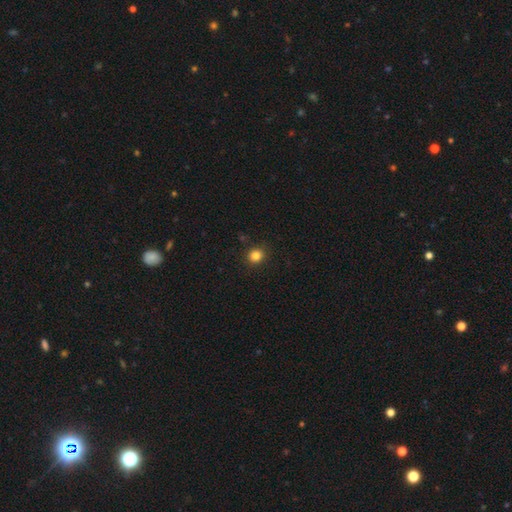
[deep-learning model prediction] This appears to be a smooth galaxy with no disk features (84%) that is round (85%). Merging: none (90%).